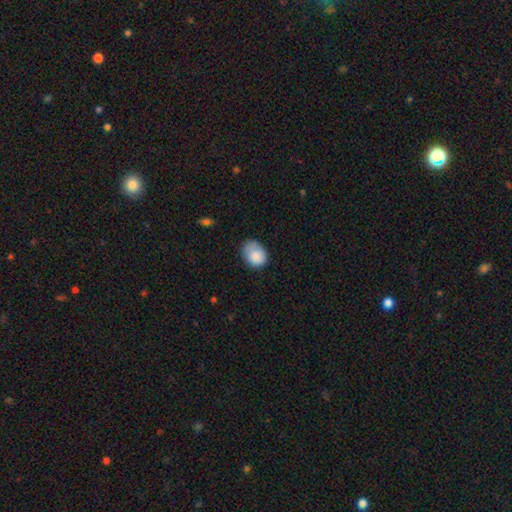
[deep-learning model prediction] smooth-or-featured: smooth: 84% | featured or disk: 8% | star or artifact: 7%
  how-rounded: in between: 56% | round: 43% | cigar-shaped: 1%
  merging: none: 56% | minor disturbance: 32% | major disturbance: 9% | merger: 2%